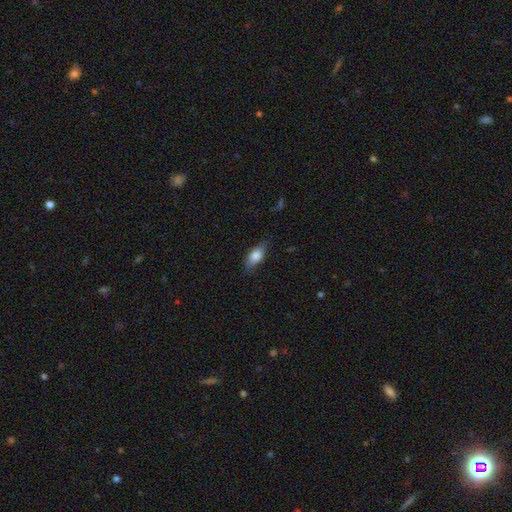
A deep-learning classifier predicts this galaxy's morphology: smooth 75%, featured or disk 18%, star or artifact 7%. Down the decision tree: how rounded — in between (80%); merging — none (78%).